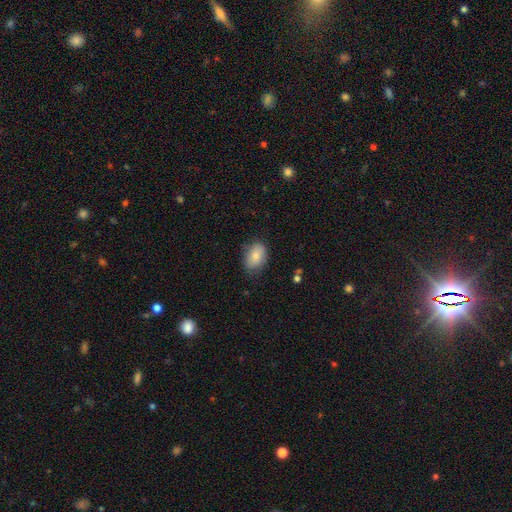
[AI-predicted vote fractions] A smooth galaxy with no disk features (82%) that is in between round and cigar-shaped (81%). Merging: none (73%).